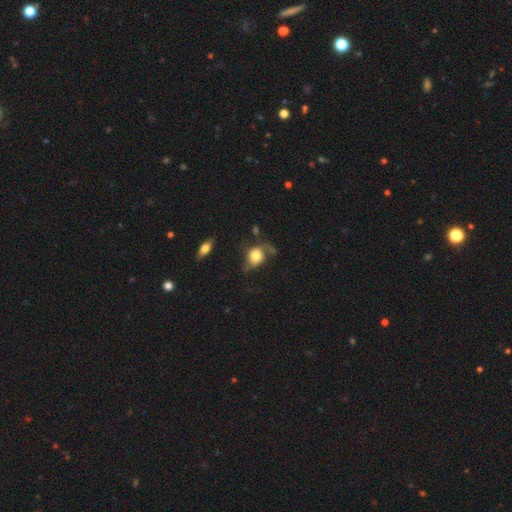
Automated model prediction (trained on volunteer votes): Smooth or featured? Predicted: smooth (p=0.73). How rounded? Predicted: round (p=0.58). Merging? Predicted: none (p=0.42).